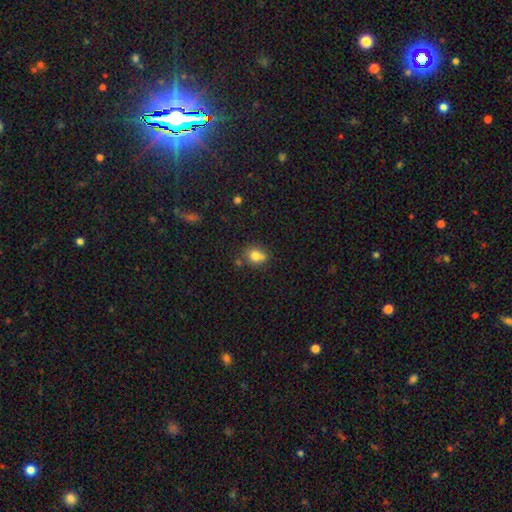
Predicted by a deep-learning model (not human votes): Q: Smooth or featured?
A: smooth (76%); runner-up: featured or disk (12%)
Q: How rounded?
A: round (62%); runner-up: in between (36%)
Q: Merging?
A: none (52%); runner-up: merger (25%)